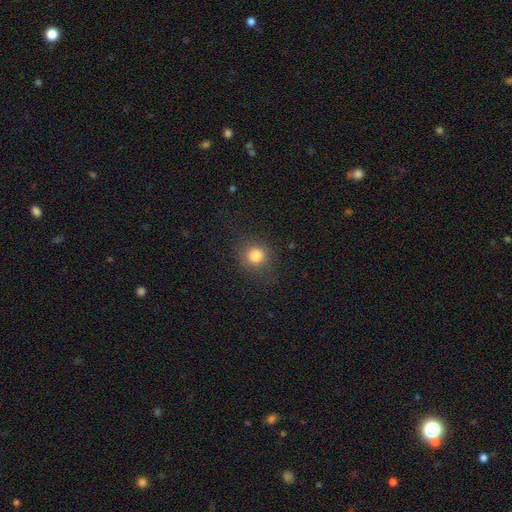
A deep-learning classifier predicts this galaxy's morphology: Smooth or featured? smooth (81%)
How rounded? round (87%)
Merging? none (82%)